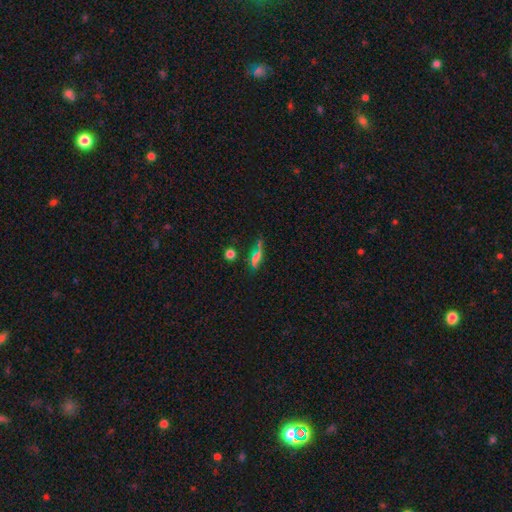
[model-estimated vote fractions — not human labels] A featured or disk galaxy (43%). Merging: none (57%).